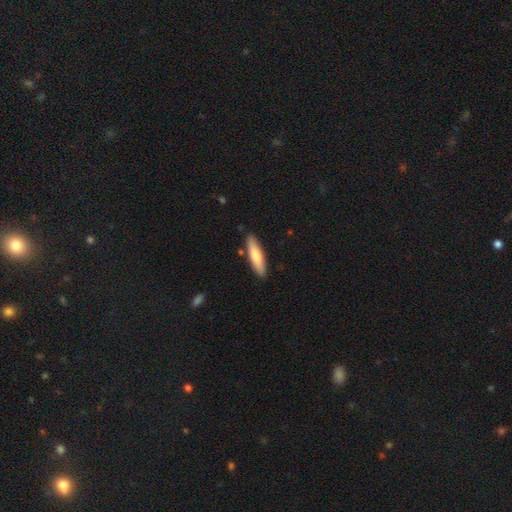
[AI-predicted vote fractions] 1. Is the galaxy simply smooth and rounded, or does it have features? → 71% smooth, 24% featured or disk, 5% star or artifact.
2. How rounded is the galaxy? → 75% cigar-shaped, 24% in between, 1% round.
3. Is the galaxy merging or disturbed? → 86% none, 9% minor disturbance, 3% merger, 2% major disturbance.